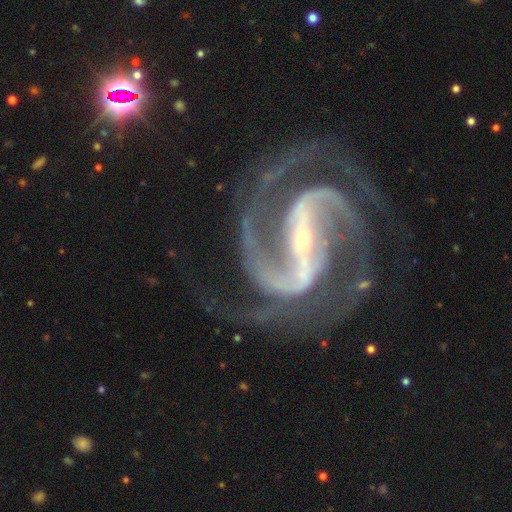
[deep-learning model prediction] A featured or disk galaxy (93%) with a strong bar (80%), 2 (87%) medium (63%) spiral arms (99%) and a small central bulge (84%).

Vote fractions:
- Smooth or featured? featured or disk: 93% / star or artifact: 5% / smooth: 2%
- Edge-on disk? no: 98% / yes: 2%
- Bar? strong: 80% / weak: 14% / no: 6%
- Spiral arms? yes: 99% / no: 1%
- Spiral winding? medium: 63% / tight: 24% / loose: 13%
- Spiral arm count? 2: 87% / 3: 5% / can't tell: 2% / 4: 2% / 1: 2% / more than 4: 2%
- Bulge size? small: 84% / moderate: 11% / none: 2% / large: 2% / dominant: 1%
- Merging? none: 74% / minor disturbance: 13% / major disturbance: 10% / merger: 2%